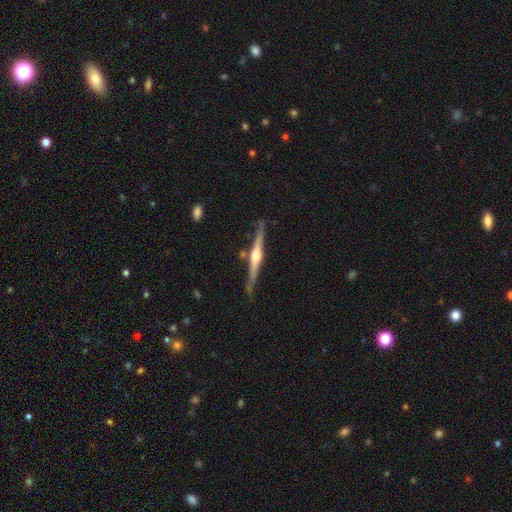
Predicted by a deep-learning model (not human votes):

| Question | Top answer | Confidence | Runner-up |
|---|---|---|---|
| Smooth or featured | featured or disk | 82% | smooth (13%) |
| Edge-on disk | yes | 98% | no (2%) |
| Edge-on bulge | rounded | 91% | boxy (6%) |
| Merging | none | 78% | minor disturbance (15%) |